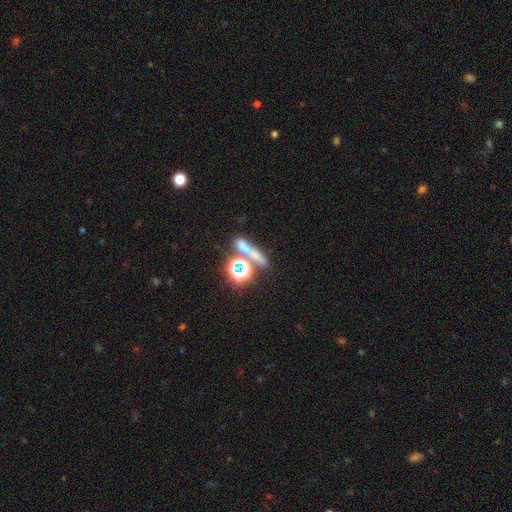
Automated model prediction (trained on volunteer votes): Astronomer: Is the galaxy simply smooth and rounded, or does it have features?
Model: smooth — 47% (runner-up: star or artifact, 34%).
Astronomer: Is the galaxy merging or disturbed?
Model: none — 50% (runner-up: merger, 32%).